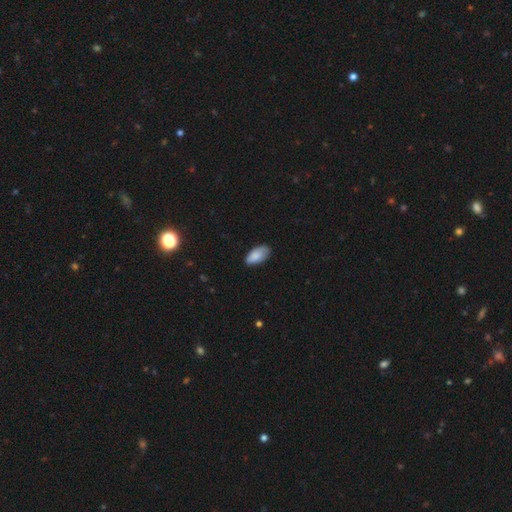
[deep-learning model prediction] smooth-or-featured: smooth: 84% | featured or disk: 9% | star or artifact: 6%
  how-rounded: in between: 94% | cigar-shaped: 3% | round: 2%
  merging: none: 74% | minor disturbance: 22% | major disturbance: 3% | merger: 1%